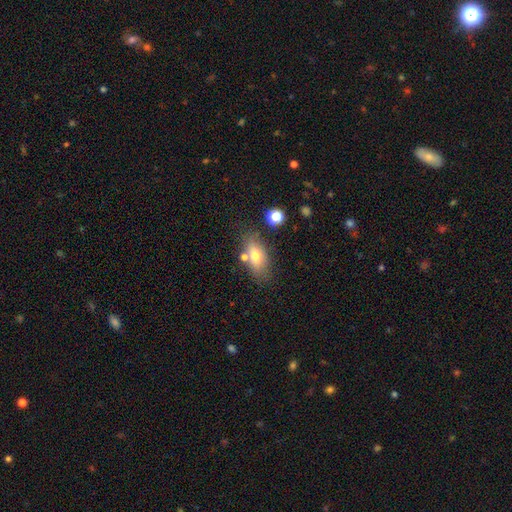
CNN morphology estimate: Overall: smooth (70%). How rounded: in between (82%). Merging: none (69%).